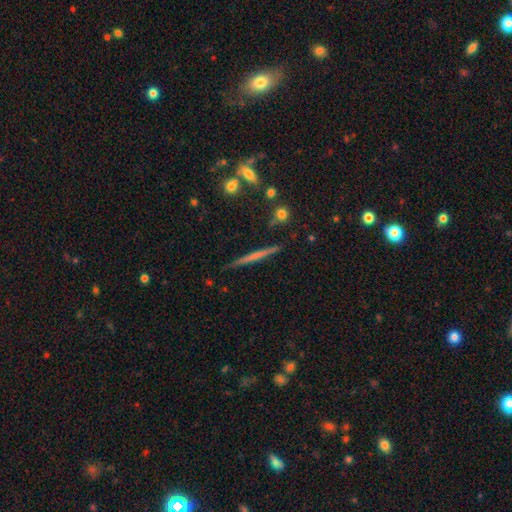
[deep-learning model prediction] smooth_or_featured: featured or disk (p=0.53) [alt: smooth p=0.40]
disk_edge_on: yes (p=0.97) [alt: no p=0.03]
edge_on_bulge: none (p=0.80) [alt: rounded p=0.14]
merging: none (p=0.89) [alt: minor disturbance p=0.08]